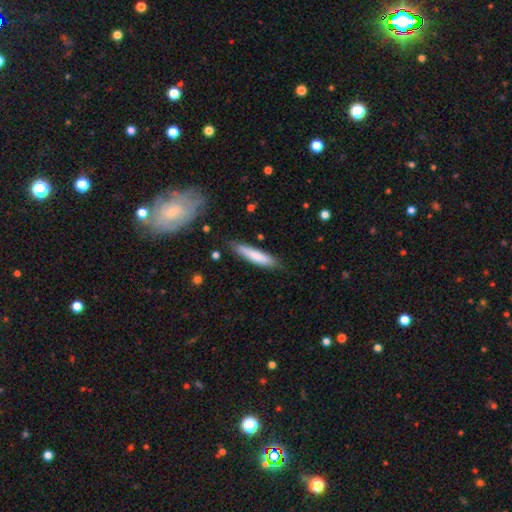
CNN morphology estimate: Q: Smooth or featured?
A: smooth (76%); runner-up: featured or disk (19%)
Q: How rounded?
A: cigar-shaped (83%); runner-up: in between (16%)
Q: Merging?
A: none (80%); runner-up: minor disturbance (15%)